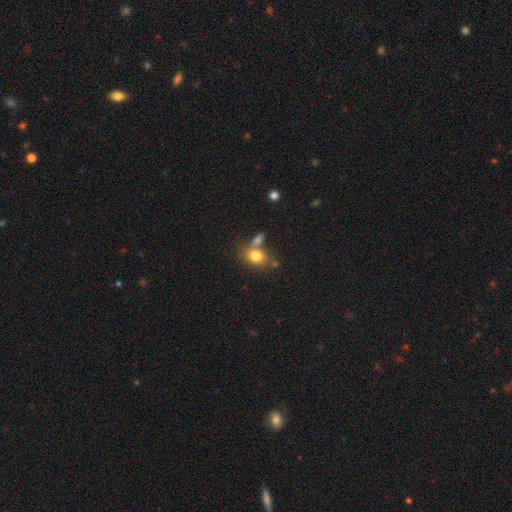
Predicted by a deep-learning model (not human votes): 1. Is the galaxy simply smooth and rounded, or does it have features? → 79% smooth, 11% featured or disk, 10% star or artifact.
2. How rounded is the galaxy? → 50% in between, 48% round, 1% cigar-shaped.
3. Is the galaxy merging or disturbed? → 50% none, 32% merger, 13% minor disturbance, 5% major disturbance.